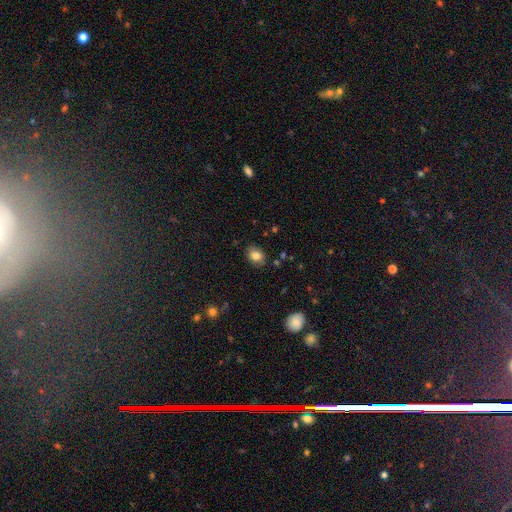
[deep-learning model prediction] A smooth galaxy with no disk features (82%) that is in between round and cigar-shaped (69%). Merging: none (84%).